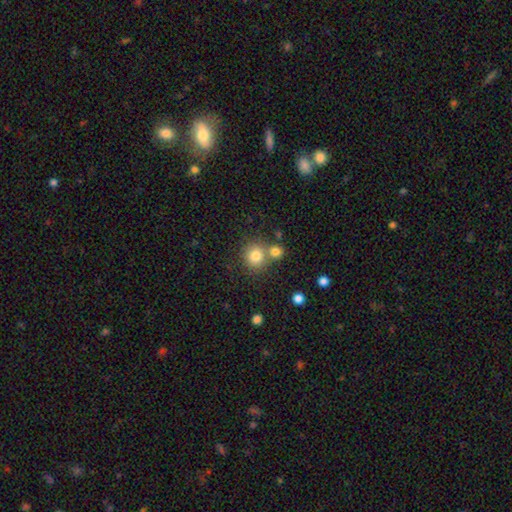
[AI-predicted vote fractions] Smooth or featured?
  - smooth: 80% *
  - star or artifact: 12%
  - featured or disk: 8%
How rounded?
  - round: 89% *
  - in between: 11%
  - cigar-shaped: 1%
Merging?
  - none: 60% *
  - merger: 29%
  - minor disturbance: 8%
  - major disturbance: 3%